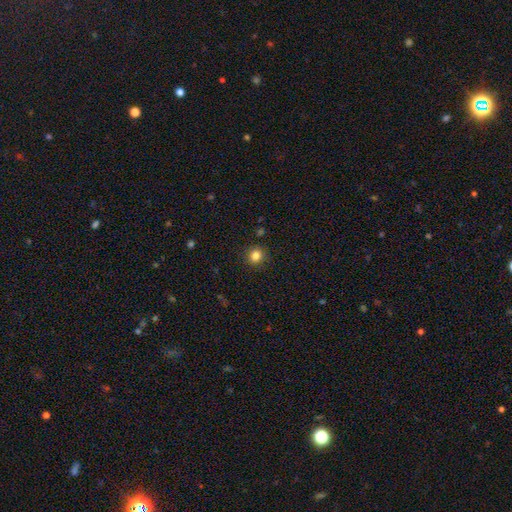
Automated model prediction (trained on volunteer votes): Q: Smooth or featured?
A: smooth (82%); runner-up: star or artifact (12%)
Q: How rounded?
A: round (84%); runner-up: in between (15%)
Q: Merging?
A: none (90%); runner-up: minor disturbance (7%)